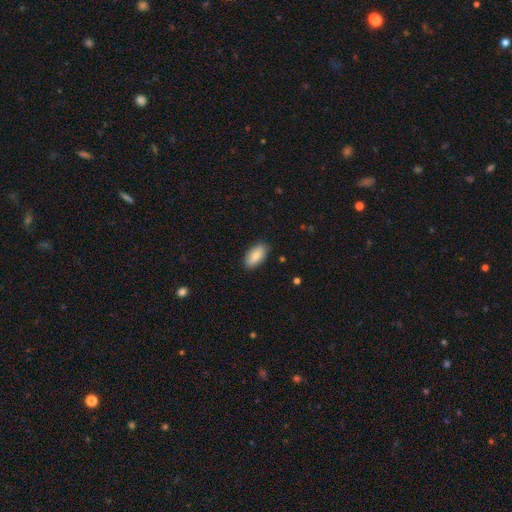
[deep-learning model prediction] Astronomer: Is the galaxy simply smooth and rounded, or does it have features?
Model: smooth — 80%.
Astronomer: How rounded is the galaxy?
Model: in between — 92%.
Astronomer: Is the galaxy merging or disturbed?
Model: none — 86%.